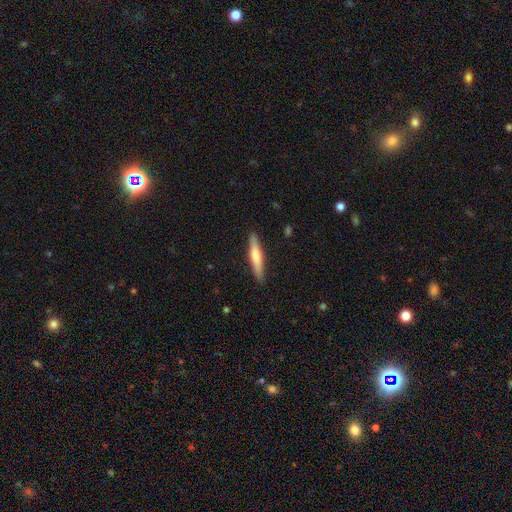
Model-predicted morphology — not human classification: This appears to be a smooth galaxy with no disk features (52%) that is cigar-shaped (91%). Merging: none (90%).